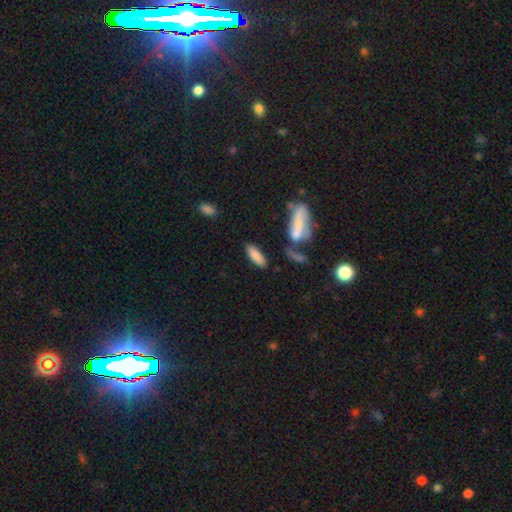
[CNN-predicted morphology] smooth 82%, featured or disk 10%, star or artifact 7%. Down the decision tree: how rounded — in between (58%); merging — none (73%).